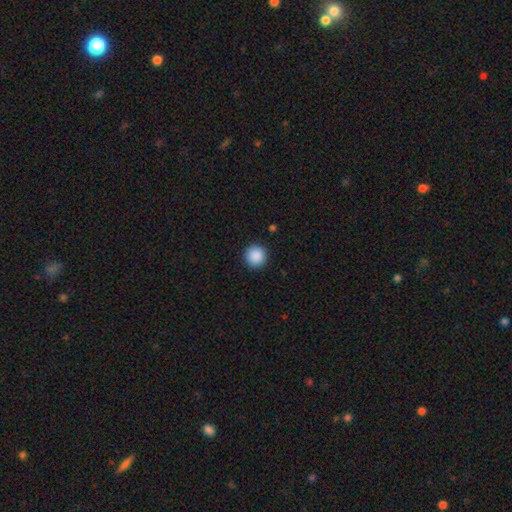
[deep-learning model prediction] Smooth or featured? smooth (89%)
How rounded? round (95%)
Merging? none (93%)